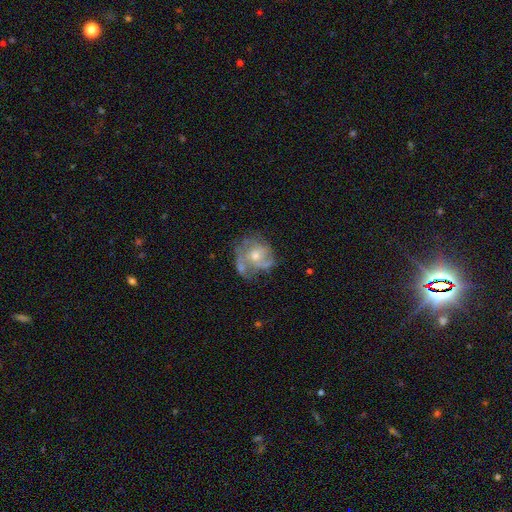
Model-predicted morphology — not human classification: featured or disk 74%, smooth 17%, star or artifact 9%. Down the decision tree: edge-on disk — no (98%); bar — no (75%); spiral arms — yes (80%); spiral arm count — can't tell (31%); spiral winding — tight (42%); bulge size — moderate (60%); merging — none (51%).